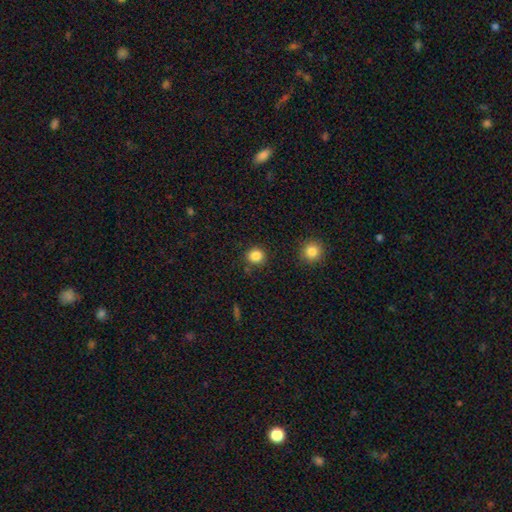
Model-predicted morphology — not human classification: Smooth or featured? smooth (86%)
How rounded? round (85%)
Merging? none (85%)